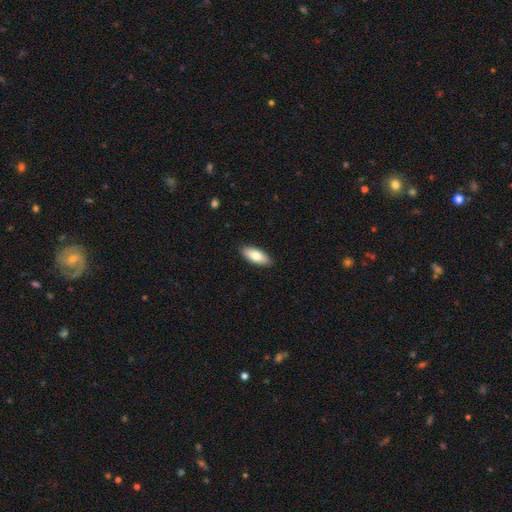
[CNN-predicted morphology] Smooth or featured?
  - smooth: 80% *
  - featured or disk: 15%
  - star or artifact: 6%
How rounded?
  - in between: 81% *
  - cigar-shaped: 17%
  - round: 2%
Merging?
  - none: 90% *
  - minor disturbance: 8%
  - major disturbance: 2%
  - merger: 1%